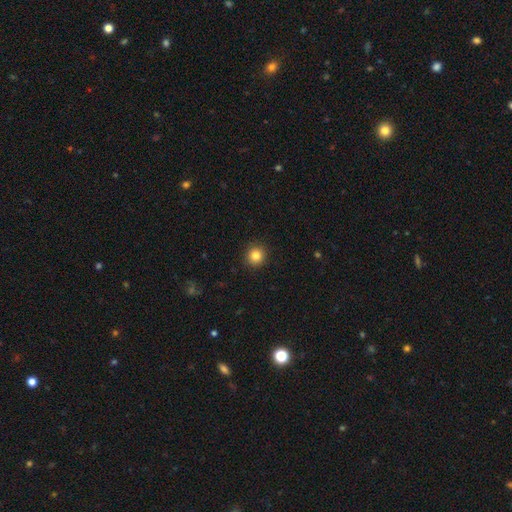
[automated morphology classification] A smooth galaxy with no disk features (83%) that is round (93%). Merging: none (92%).